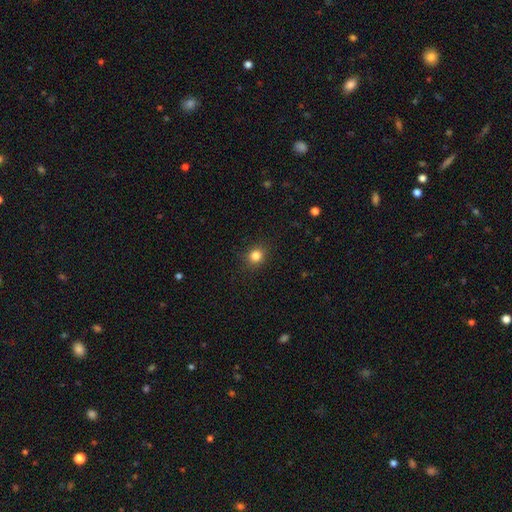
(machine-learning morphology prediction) This appears to be a smooth galaxy with no disk features (83%) that is round (80%). Merging: none (89%).